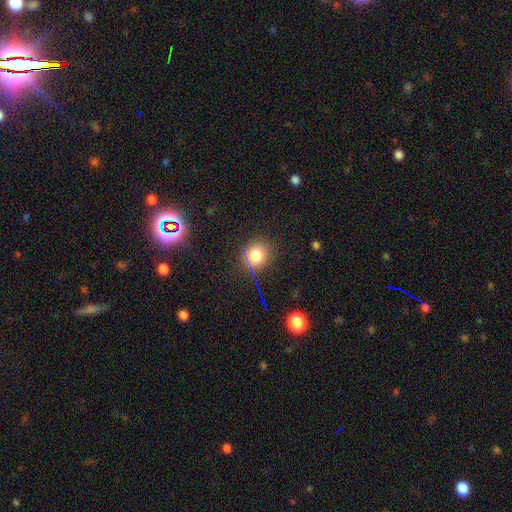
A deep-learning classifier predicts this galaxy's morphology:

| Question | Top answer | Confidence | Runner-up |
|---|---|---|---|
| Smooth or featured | smooth | 75% | star or artifact (18%) |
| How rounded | round | 82% | in between (17%) |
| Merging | none | 84% | minor disturbance (10%) |